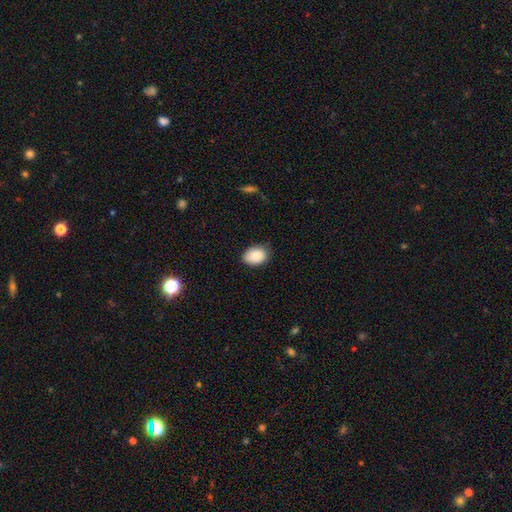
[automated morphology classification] Smooth or featured? Predicted: smooth (p=0.89). How rounded? Predicted: in between (p=0.77). Merging? Predicted: none (p=0.78).